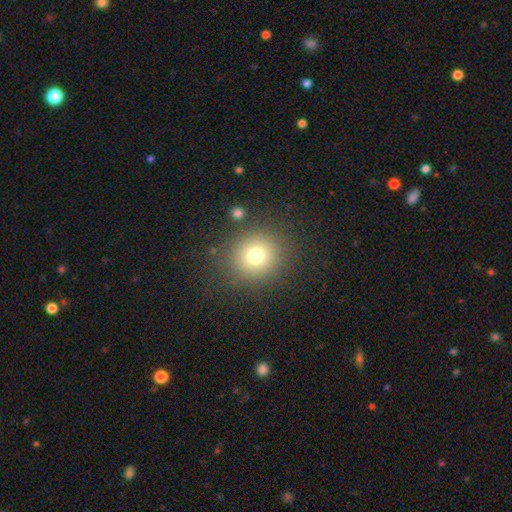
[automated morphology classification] The model was most divided on "smooth or featured": smooth: 74%, star or artifact: 16%, featured or disk: 11%. More confident: how rounded — round (88%); merging — none (85%).